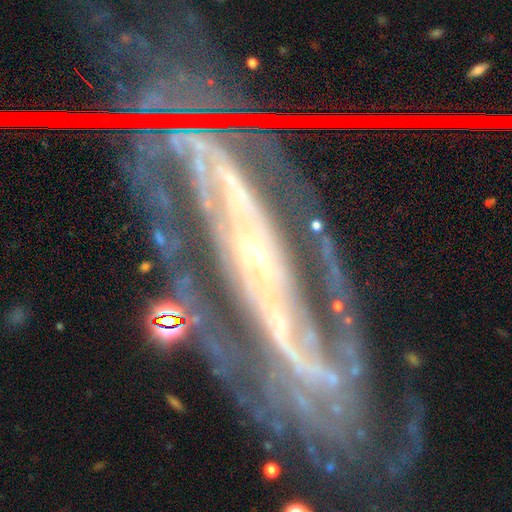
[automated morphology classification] Smooth or featured?
  - featured or disk: 89% *
  - star or artifact: 7%
  - smooth: 5%
Edge-on disk?
  - no: 86% *
  - yes: 14%
Bar?
  - strong: 57% *
  - weak: 22%
  - no: 21%
Spiral arms?
  - yes: 92% *
  - no: 8%
Spiral winding?
  - tight: 41% *
  - medium: 40%
  - loose: 18%
Spiral arm count?
  - 2: 59% *
  - can't tell: 15%
  - 3: 9%
  - 1: 6%
  - 4: 6%
  - more than 4: 5%
Bulge size?
  - small: 71% *
  - moderate: 22%
  - large: 3%
  - none: 2%
  - dominant: 2%
Merging?
  - none: 57% *
  - major disturbance: 21%
  - minor disturbance: 18%
  - merger: 5%